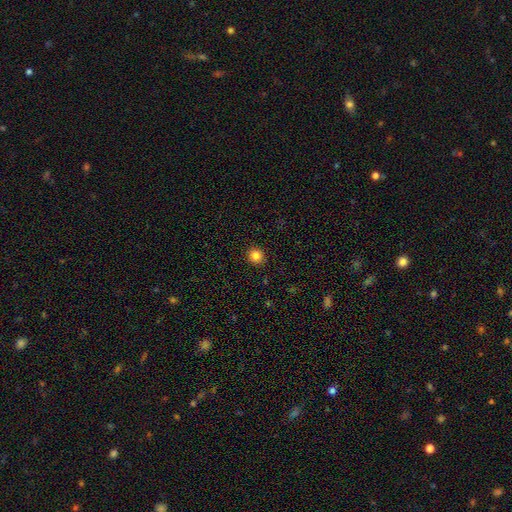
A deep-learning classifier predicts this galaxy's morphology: type=smooth (84%); roundness=round (92%); merging=none (93%).